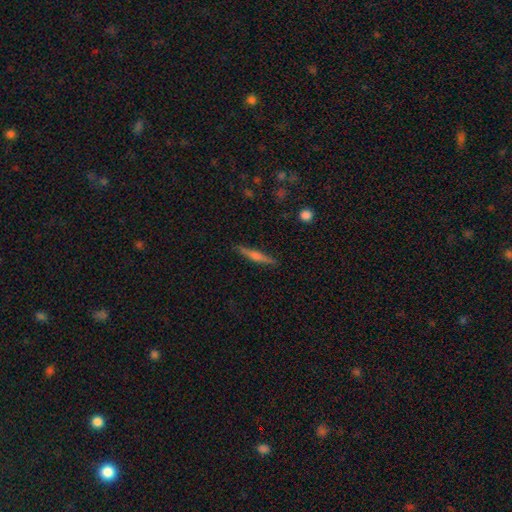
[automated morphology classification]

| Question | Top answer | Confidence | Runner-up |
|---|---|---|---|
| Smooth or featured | featured or disk | 60% | smooth (32%) |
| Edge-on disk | yes | 97% | no (3%) |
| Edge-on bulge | rounded | 67% | none (19%) |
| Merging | none | 90% | minor disturbance (7%) |